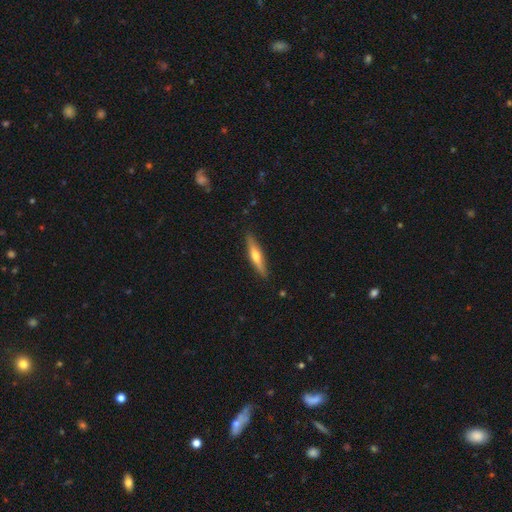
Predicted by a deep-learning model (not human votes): Morphology: type=featured or disk (51%); edge-on=yes (94%); merging=none (89%).